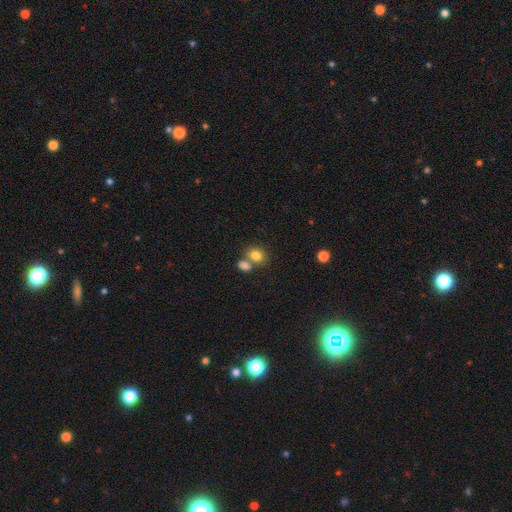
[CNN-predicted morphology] Overall: smooth (81%). How rounded: round (51%; in between 48%). Merging: none (47%; merger 40%).